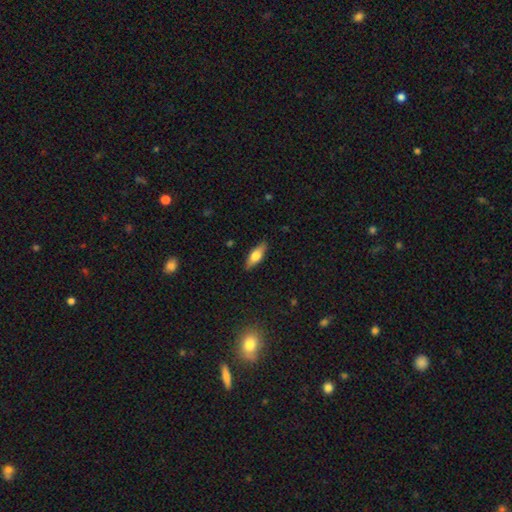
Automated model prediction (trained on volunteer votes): A smooth galaxy with no disk features (63%) that is in between round and cigar-shaped (60%).

Vote fractions:
- Smooth or featured? smooth: 63% / featured or disk: 31% / star or artifact: 6%
- How rounded? in between: 60% / cigar-shaped: 37% / round: 3%
- Merging? none: 88% / minor disturbance: 9% / major disturbance: 2% / merger: 1%